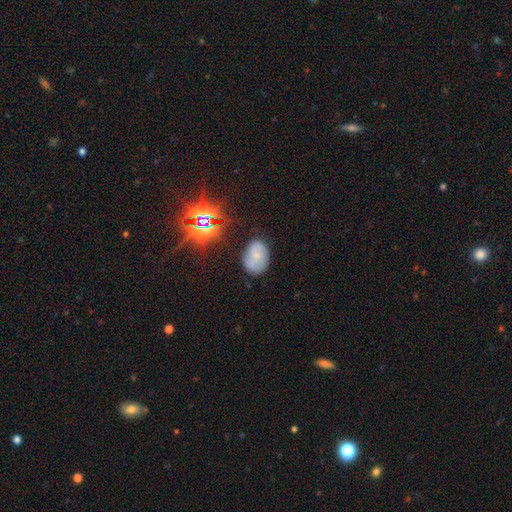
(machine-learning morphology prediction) Smooth or featured?
  - smooth: 56% *
  - featured or disk: 26%
  - star or artifact: 18%
How rounded?
  - in between: 82% *
  - round: 17%
  - cigar-shaped: 1%
Merging?
  - none: 68% *
  - minor disturbance: 23%
  - major disturbance: 6%
  - merger: 3%